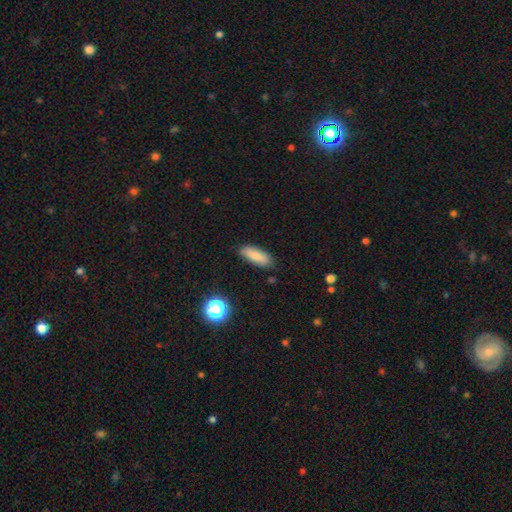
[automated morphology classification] smooth-or-featured: smooth: 81% | featured or disk: 11% | star or artifact: 8%
  how-rounded: in between: 66% | cigar-shaped: 32% | round: 2%
  merging: none: 83% | minor disturbance: 13% | major disturbance: 3% | merger: 2%